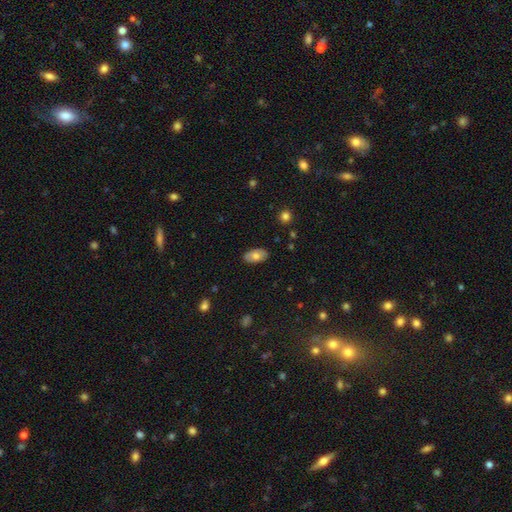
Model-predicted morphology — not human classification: Smooth or featured? smooth (68%)
How rounded? in between (94%)
Merging? none (85%)